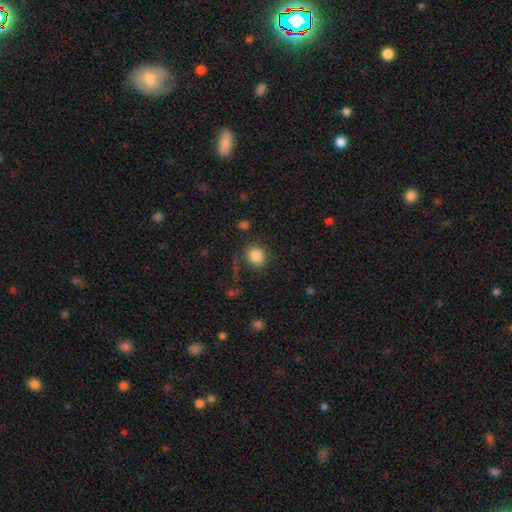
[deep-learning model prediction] smooth-or-featured: smooth: 84% | star or artifact: 10% | featured or disk: 6%
  how-rounded: round: 77% | in between: 22% | cigar-shaped: 1%
  merging: none: 76% | minor disturbance: 13% | major disturbance: 7% | merger: 4%